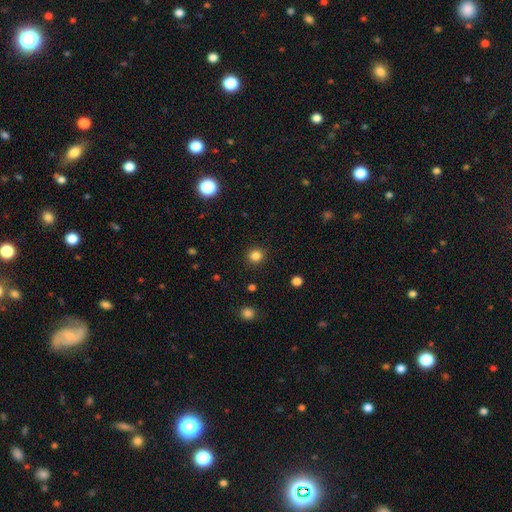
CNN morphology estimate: A smooth galaxy with no disk features (83%) that is round (91%). Merging: none (91%).